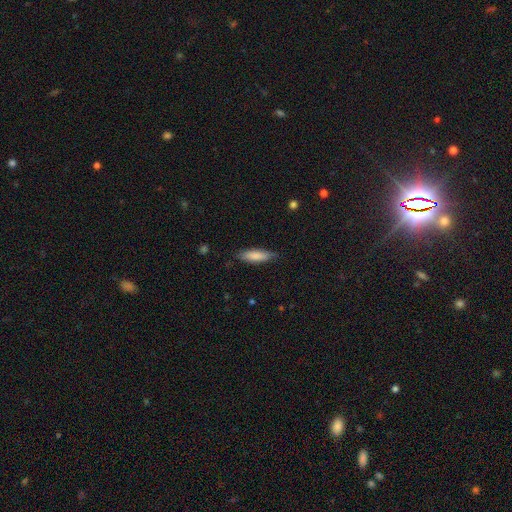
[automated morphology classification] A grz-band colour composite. It shows a smooth galaxy with no disk features (81%) that is cigar-shaped (57%). Merging: none (80%).